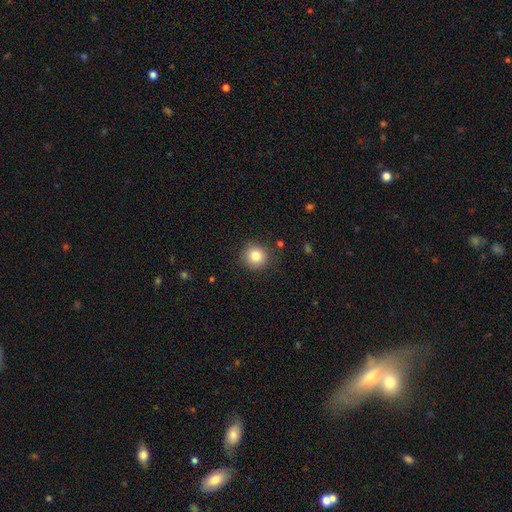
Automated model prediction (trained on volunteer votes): smooth-or-featured: smooth: 83% | star or artifact: 10% | featured or disk: 7%
  how-rounded: round: 93% | in between: 6% | cigar-shaped: 1%
  merging: none: 86% | minor disturbance: 9% | major disturbance: 3% | merger: 2%